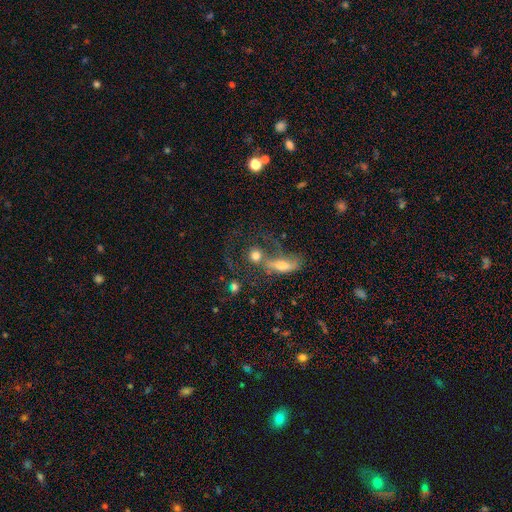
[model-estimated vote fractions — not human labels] Morphology: type=smooth (57%); roundness=round (68%); merging=merger (45%).